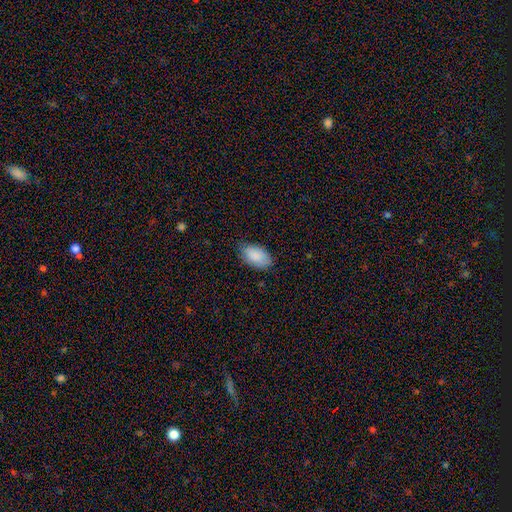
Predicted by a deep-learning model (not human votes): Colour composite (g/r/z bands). It shows a smooth galaxy with no disk features (88%) that is in between round and cigar-shaped (94%). Merging: none (78%).